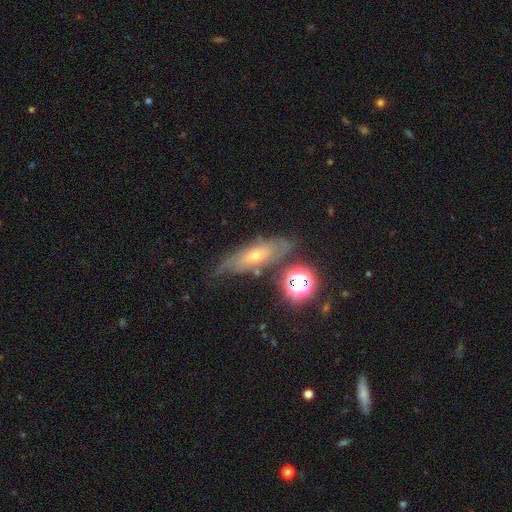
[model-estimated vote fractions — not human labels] Smooth or featured? Predicted: featured or disk (p=0.59). Edge-on disk? Predicted: no (p=0.72). Merging? Predicted: none (p=0.61).